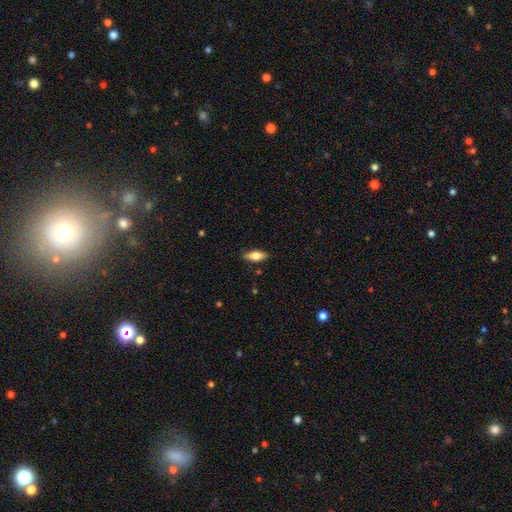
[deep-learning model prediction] This appears to be a smooth galaxy with no disk features (66%) that is in between round and cigar-shaped (78%). Merging: none (85%).